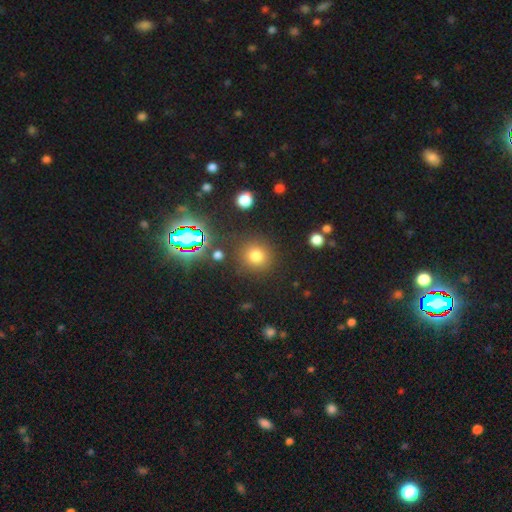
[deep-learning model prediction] Smooth or featured?
  - smooth: 74% *
  - star or artifact: 19%
  - featured or disk: 7%
How rounded?
  - round: 91% *
  - in between: 8%
  - cigar-shaped: 1%
Merging?
  - none: 84% *
  - minor disturbance: 8%
  - major disturbance: 4%
  - merger: 4%